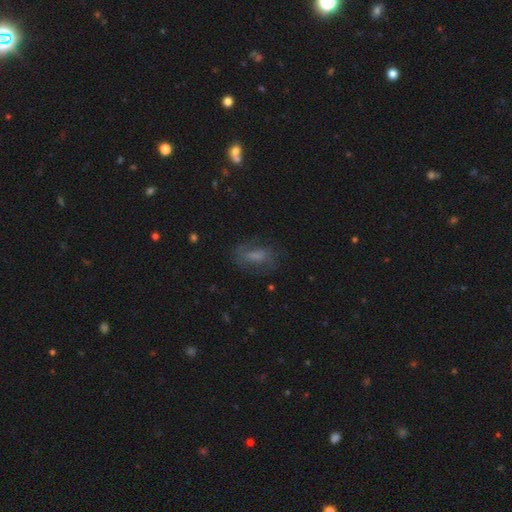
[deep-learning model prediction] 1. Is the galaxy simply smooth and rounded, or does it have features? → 51% smooth, 34% featured or disk, 15% star or artifact.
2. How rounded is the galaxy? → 74% in between, 19% cigar-shaped, 7% round.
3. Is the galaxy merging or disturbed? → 63% none, 21% minor disturbance, 15% major disturbance, 2% merger.